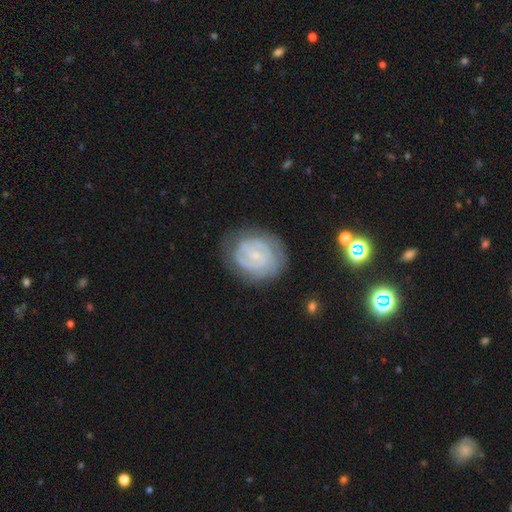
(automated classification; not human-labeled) This is likely a featured or disk galaxy (79%). It is clearly not viewed edge-on (98%). Bar: possibly no (53%). Spiral arm pattern: clearly yes (92%). Spiral arm count: marginally 2 (34%, tied with can't tell). Spiral winding: likely tight (71%). Central bulge: likely small (79%). Merging: likely none (73%).